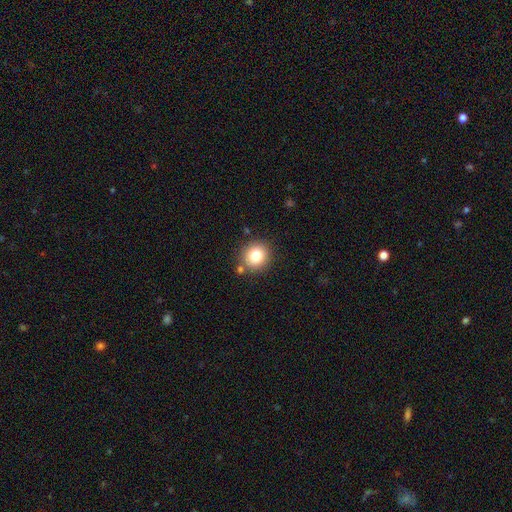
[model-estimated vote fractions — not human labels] Morphology: type=smooth (80%); roundness=round (90%); merging=none (84%).